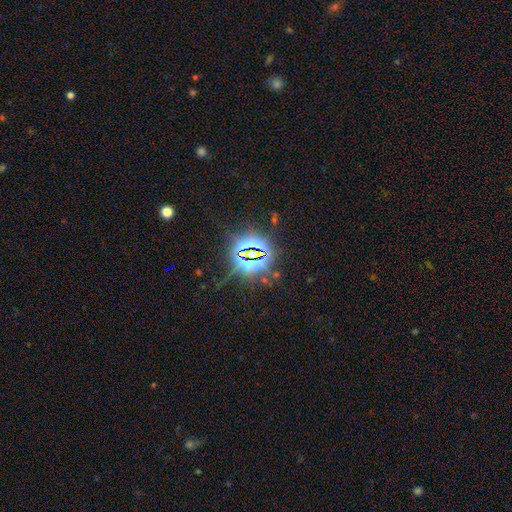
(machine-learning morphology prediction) Smooth or featured? star or artifact (81%)